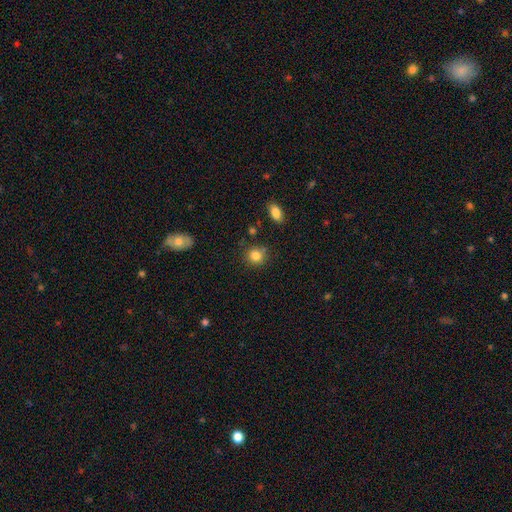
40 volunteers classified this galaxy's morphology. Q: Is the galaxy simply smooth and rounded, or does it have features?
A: smooth — 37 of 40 (92%).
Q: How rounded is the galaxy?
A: round — 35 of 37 (95%).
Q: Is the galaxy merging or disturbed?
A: none — 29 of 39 (74%).